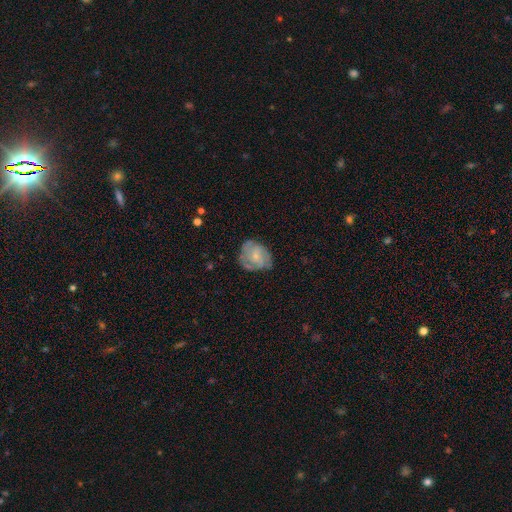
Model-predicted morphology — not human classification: This appears to be a featured or disk galaxy (65%) with no bar (65%), can't tell (29%, tied with 3) tight (48%) spiral arms (88%) and a small central bulge (62%). Merging: none (66%).